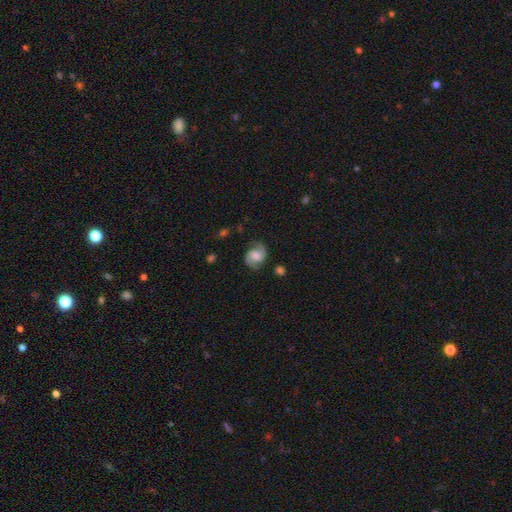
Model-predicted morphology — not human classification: A featured or disk galaxy (80%) with no bar (51%), 2 (93%) medium (54%) spiral arms (97%) and a moderate central bulge (53%).

Vote fractions:
- Smooth or featured? featured or disk: 80% / smooth: 13% / star or artifact: 6%
- Edge-on disk? no: 98% / yes: 2%
- Bar? no: 51% / weak: 40% / strong: 8%
- Spiral arms? yes: 97% / no: 3%
- Spiral winding? medium: 54% / tight: 25% / loose: 21%
- Spiral arm count? 2: 93% / can't tell: 3% / 1: 1% / 3: 1% / 4: 1% / more than 4: 1%
- Bulge size? moderate: 53% / small: 20% / large: 17% / none: 8% / dominant: 2%
- Merging? none: 80% / minor disturbance: 14% / major disturbance: 4% / merger: 2%